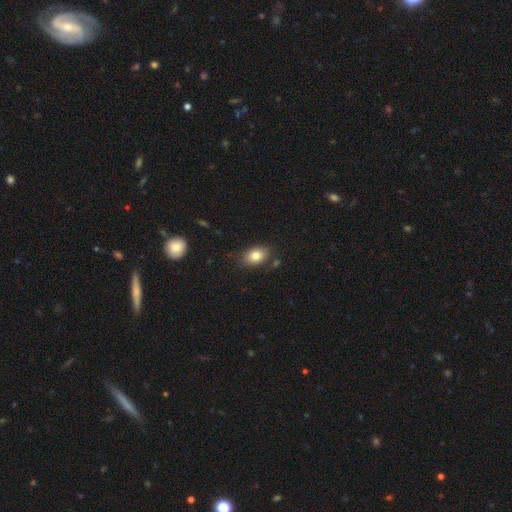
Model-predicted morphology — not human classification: A smooth galaxy with no disk features (81%) that is in between round and cigar-shaped (80%).

Vote fractions:
- Smooth or featured? smooth: 81% / featured or disk: 10% / star or artifact: 9%
- How rounded? in between: 80% / round: 19% / cigar-shaped: 1%
- Merging? none: 78% / minor disturbance: 15% / merger: 4% / major disturbance: 3%